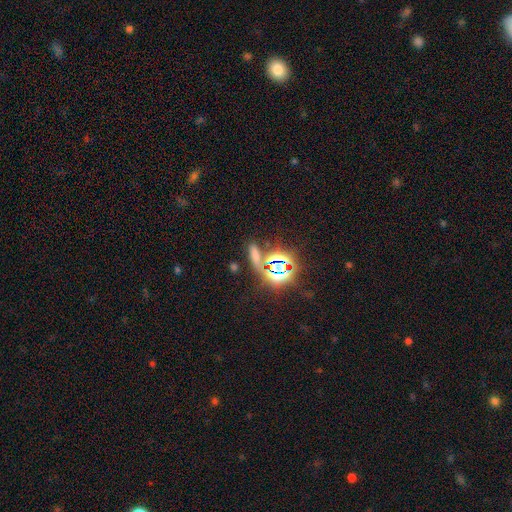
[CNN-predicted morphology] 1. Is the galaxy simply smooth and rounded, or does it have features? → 44% star or artifact (tied), 44% smooth (tied), 11% featured or disk.